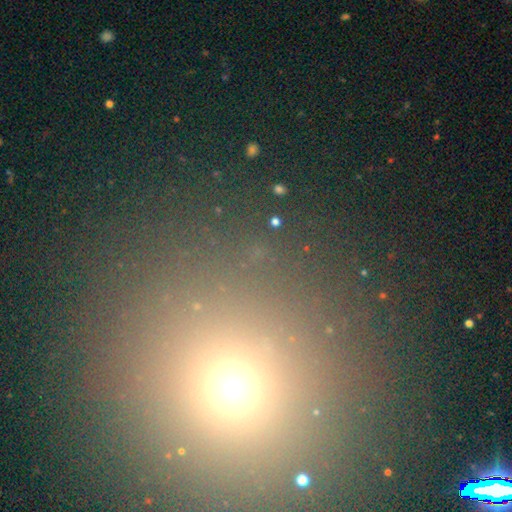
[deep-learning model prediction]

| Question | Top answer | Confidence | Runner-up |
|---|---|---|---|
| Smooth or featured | star or artifact | 47% | smooth (44%) |